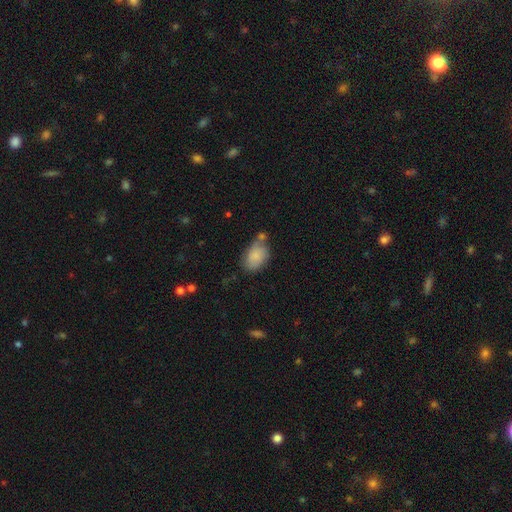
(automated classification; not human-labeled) Overall: smooth (82%). How rounded: in between (89%). Merging: none (49%; minor disturbance 27%).